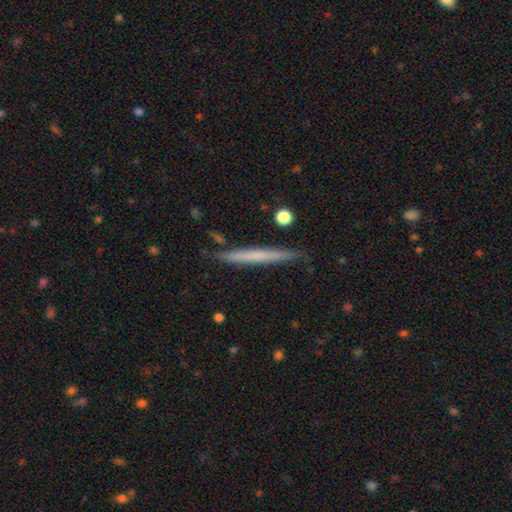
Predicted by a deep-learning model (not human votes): This appears to be a smooth galaxy with no disk features (52%) that is cigar-shaped (97%). Merging: none (86%).